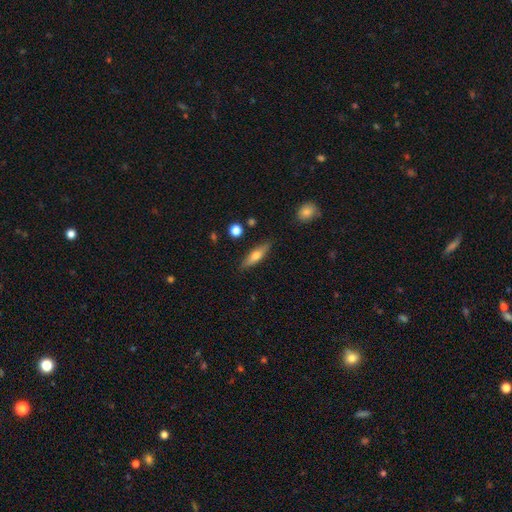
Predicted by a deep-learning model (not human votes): The model was most divided on "smooth or featured": smooth: 56%, featured or disk: 37%, star or artifact: 7%. More confident: merging — none (85%); how rounded — cigar-shaped (64%).